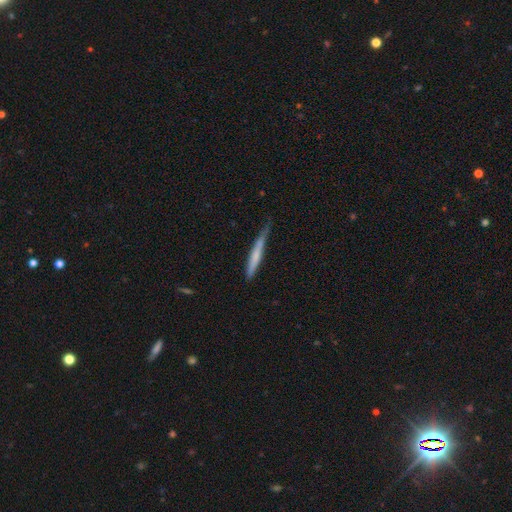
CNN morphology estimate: This appears to be a smooth galaxy with no disk features (60%) that is cigar-shaped (95%). Merging: none (58%).